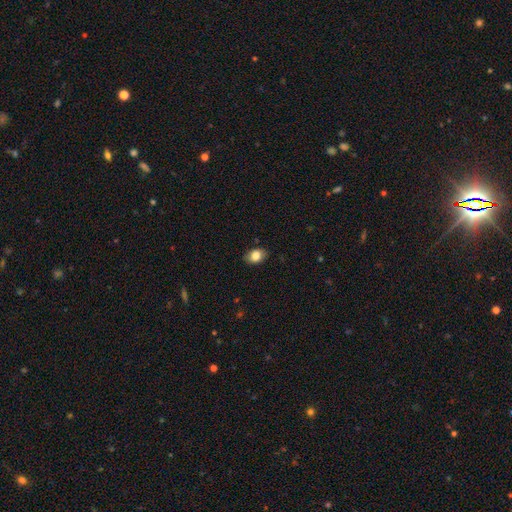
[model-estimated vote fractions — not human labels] smooth_or_featured: smooth (p=0.83) [alt: featured or disk p=0.09]
how_rounded: in between (p=0.79) [alt: round p=0.20]
merging: none (p=0.85) [alt: minor disturbance p=0.12]